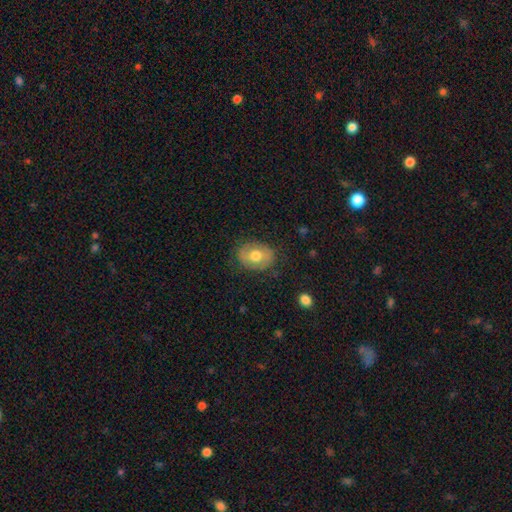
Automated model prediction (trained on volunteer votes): The model was most divided on "how rounded": in between: 62%, round: 37%, cigar-shaped: 1%. More confident: merging — none (79%); smooth or featured — smooth (63%).